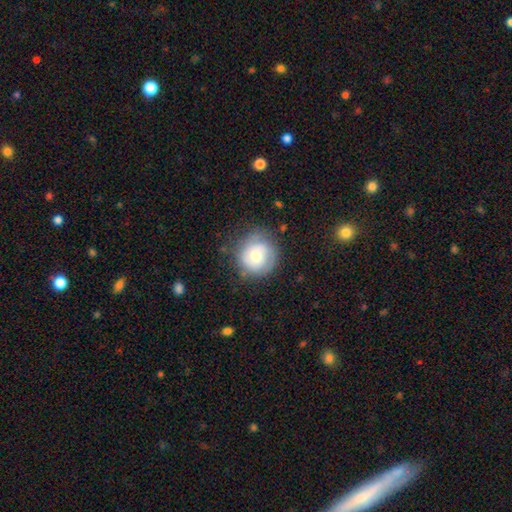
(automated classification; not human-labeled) The model was most divided on "smooth or featured": smooth: 57%, featured or disk: 35%, star or artifact: 8%. More confident: how rounded — round (90%); merging — none (70%).